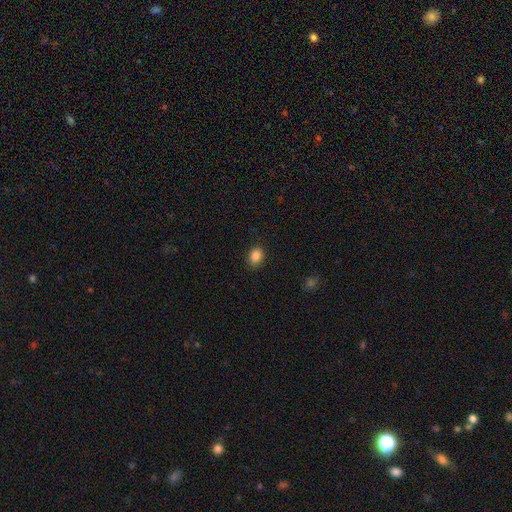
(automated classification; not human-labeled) Smooth or featured?
  - smooth: 87% *
  - star or artifact: 10%
  - featured or disk: 3%
How rounded?
  - in between: 68% *
  - round: 31%
  - cigar-shaped: 1%
Merging?
  - none: 86% *
  - minor disturbance: 10%
  - major disturbance: 2%
  - merger: 1%